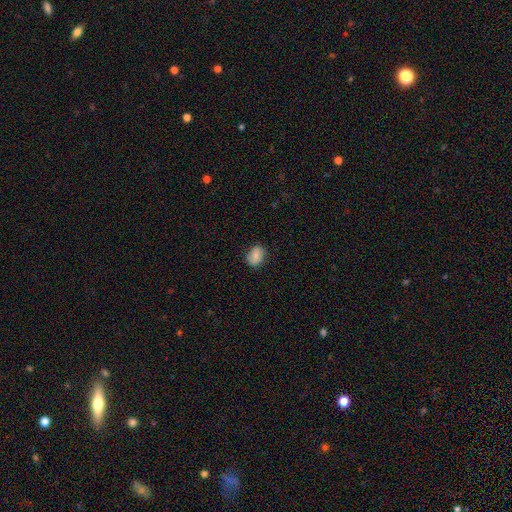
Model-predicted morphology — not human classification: Smooth or featured: smooth — 78% (featured or disk — 14%)
How rounded: in between — 66% (round — 32%)
Merging: none — 82% (minor disturbance — 14%)